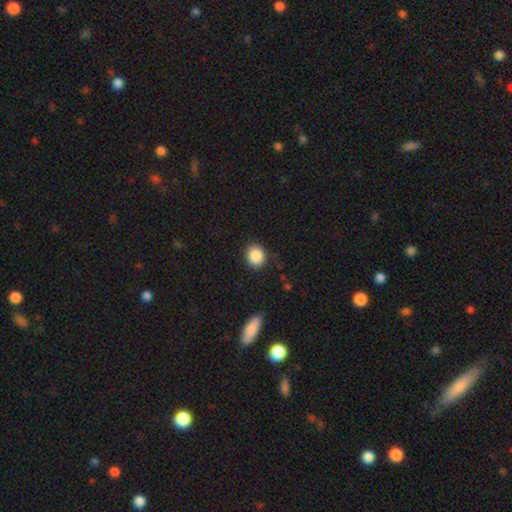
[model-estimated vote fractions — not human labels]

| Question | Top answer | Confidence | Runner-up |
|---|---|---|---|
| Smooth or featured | smooth | 88% | star or artifact (8%) |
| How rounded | round | 73% | in between (26%) |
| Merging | none | 86% | minor disturbance (9%) |